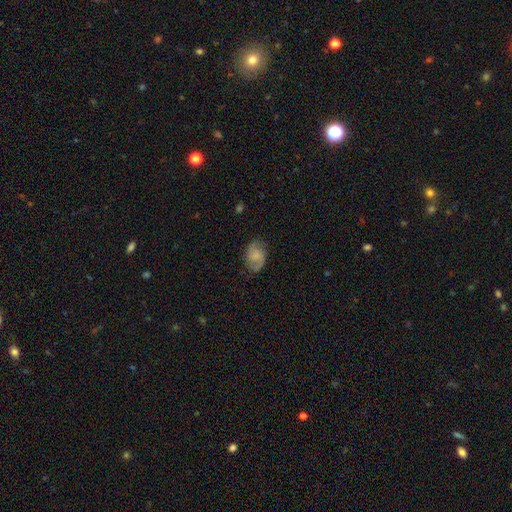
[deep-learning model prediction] Smooth or featured? featured or disk (50%)
Edge-on disk? no (97%)
Merging? none (75%)